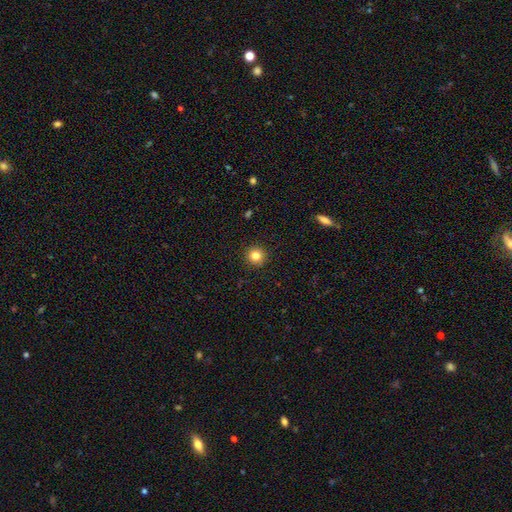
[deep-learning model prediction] Q: Smooth or featured?
A: smooth (83%); runner-up: star or artifact (11%)
Q: How rounded?
A: round (95%); runner-up: in between (4%)
Q: Merging?
A: none (93%); runner-up: minor disturbance (5%)